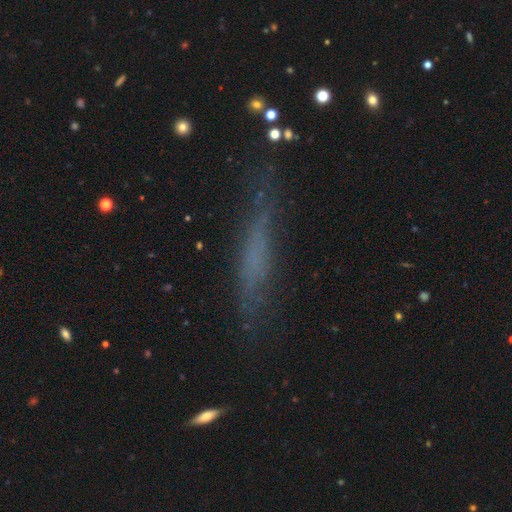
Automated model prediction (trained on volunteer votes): This appears to be a featured or disk galaxy (43%). Merging: none (70%).